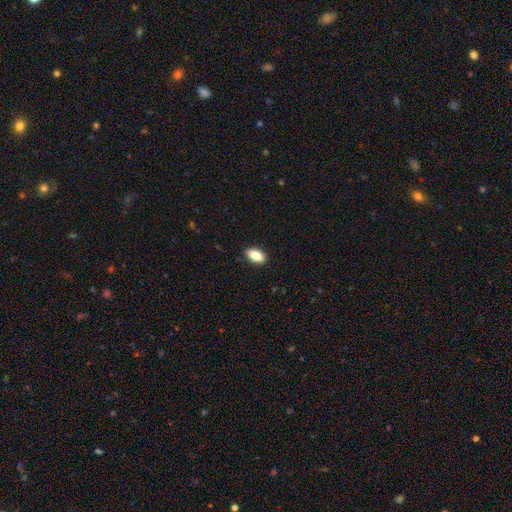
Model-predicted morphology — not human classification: type=smooth (81%); roundness=in between (89%); merging=none (89%).